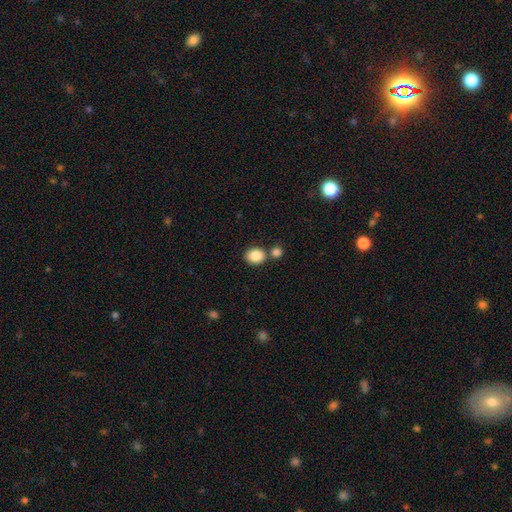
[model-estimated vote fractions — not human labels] A smooth galaxy with no disk features (87%) that is round (53%).

Vote fractions:
- Smooth or featured? smooth: 87% / star or artifact: 8% / featured or disk: 5%
- How rounded? round: 53% / in between: 46% / cigar-shaped: 1%
- Merging? none: 67% / merger: 21% / minor disturbance: 9% / major disturbance: 3%